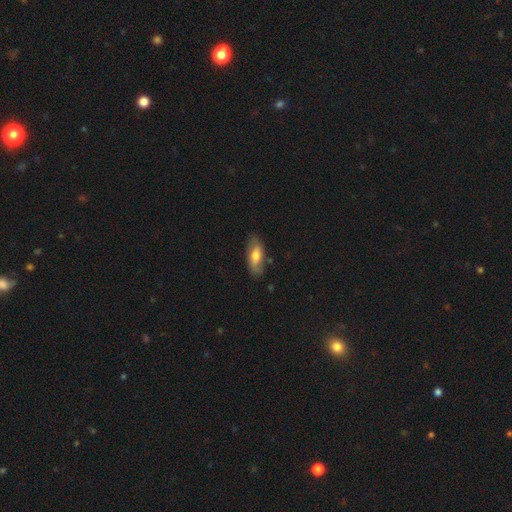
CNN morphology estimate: This is possibly a smooth galaxy (59%). How rounded: likely in between (77%). Merging: likely none (77%).